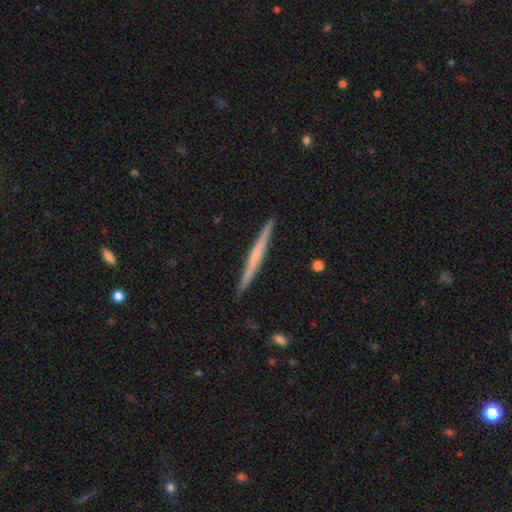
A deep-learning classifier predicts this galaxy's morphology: This is possibly a featured or disk galaxy (55%). It is clearly viewed edge-on (98%). Edge-on bulge: likely none (73%). Merging: clearly none (92%).